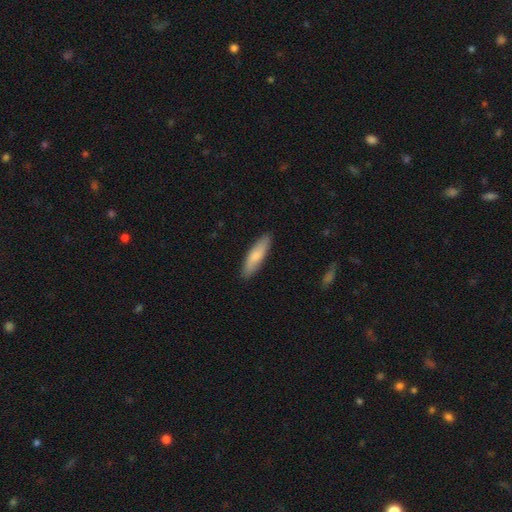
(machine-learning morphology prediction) A smooth galaxy with no disk features (78%) that is cigar-shaped (63%). Merging: none (88%).